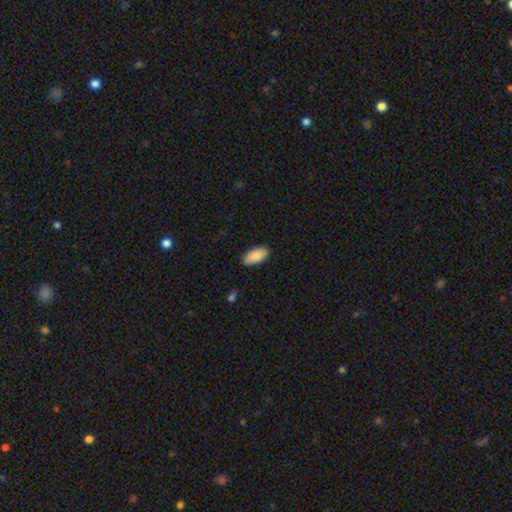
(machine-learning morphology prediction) This appears to be a smooth galaxy with no disk features (89%) that is in between round and cigar-shaped (92%). Merging: none (84%).